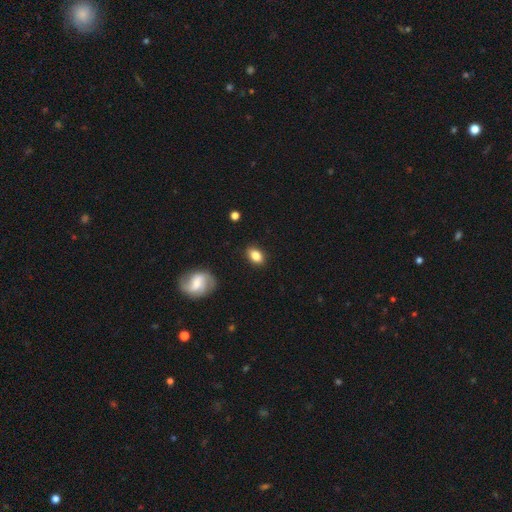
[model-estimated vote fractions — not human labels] A smooth galaxy with no disk features (81%) that is in between round and cigar-shaped (84%).

Vote fractions:
- Smooth or featured? smooth: 81% / featured or disk: 11% / star or artifact: 8%
- How rounded? in between: 84% / round: 14% / cigar-shaped: 2%
- Merging? none: 86% / minor disturbance: 11% / major disturbance: 2% / merger: 1%